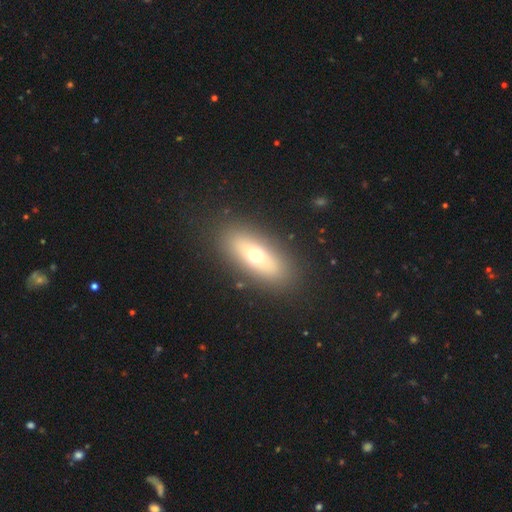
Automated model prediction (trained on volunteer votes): This is possibly a smooth galaxy (59%). How rounded: likely in between (69%). Merging: clearly none (87%).